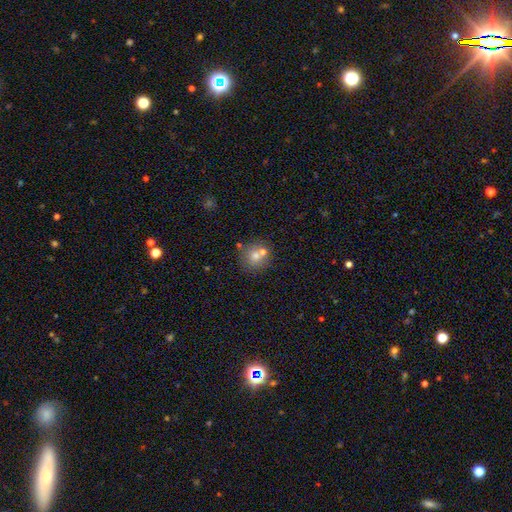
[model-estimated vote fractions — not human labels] smooth-or-featured: smooth: 69% | featured or disk: 17% | star or artifact: 14%
  how-rounded: round: 88% | in between: 11% | cigar-shaped: 1%
  merging: none: 59% | merger: 29% | minor disturbance: 9% | major disturbance: 3%